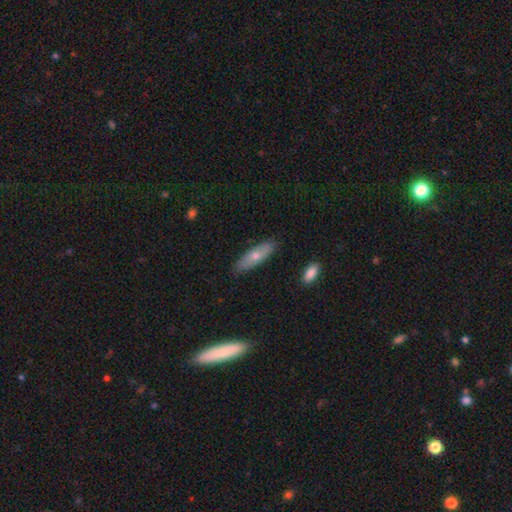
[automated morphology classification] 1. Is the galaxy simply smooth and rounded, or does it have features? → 64% smooth, 30% featured or disk, 6% star or artifact.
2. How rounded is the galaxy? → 50% in between, 47% cigar-shaped, 2% round.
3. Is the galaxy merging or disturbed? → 84% none, 13% minor disturbance, 2% major disturbance, 1% merger.